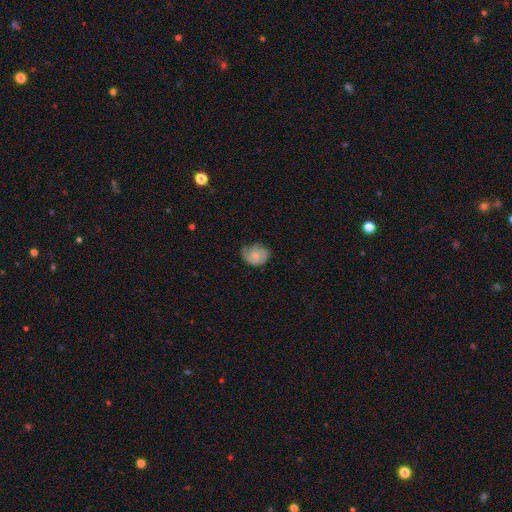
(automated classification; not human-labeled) featured or disk 55%, smooth 37%, star or artifact 8%. Down the decision tree: edge-on disk — no (98%); bar — no (74%); spiral arms — yes (89%); bulge size — small (51%); merging — none (61%).